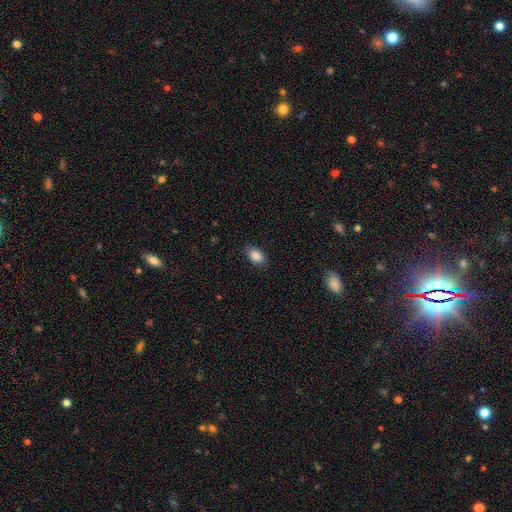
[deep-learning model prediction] smooth-or-featured: smooth: 88% | star or artifact: 7% | featured or disk: 5%
  how-rounded: in between: 91% | round: 6% | cigar-shaped: 2%
  merging: none: 85% | minor disturbance: 11% | major disturbance: 3% | merger: 1%